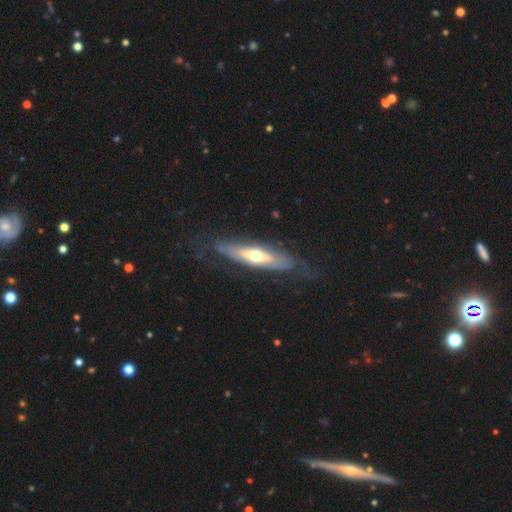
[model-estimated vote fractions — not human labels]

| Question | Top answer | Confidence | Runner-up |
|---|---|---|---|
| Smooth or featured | featured or disk | 60% | smooth (35%) |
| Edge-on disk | yes | 53% | no (47%) |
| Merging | none | 70% | minor disturbance (18%) |